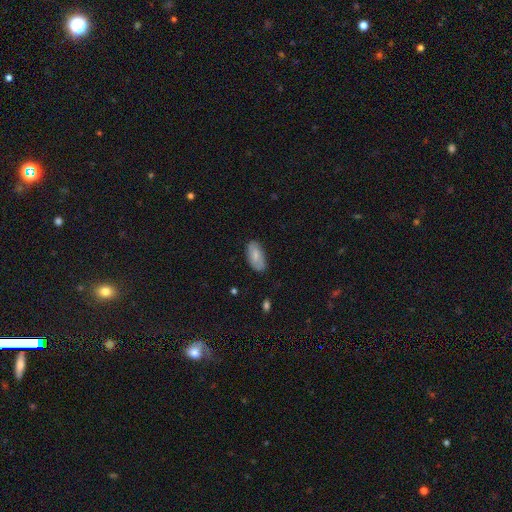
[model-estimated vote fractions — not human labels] A smooth galaxy with no disk features (69%) that is in between round and cigar-shaped (93%). Merging: none (77%).